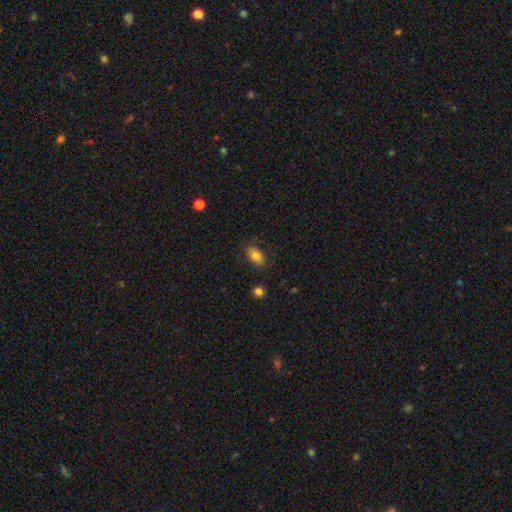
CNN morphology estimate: smooth_or_featured: smooth (p=0.81) [alt: featured or disk p=0.10]
how_rounded: in between (p=0.89) [alt: round p=0.09]
merging: none (p=0.83) [alt: minor disturbance p=0.12]